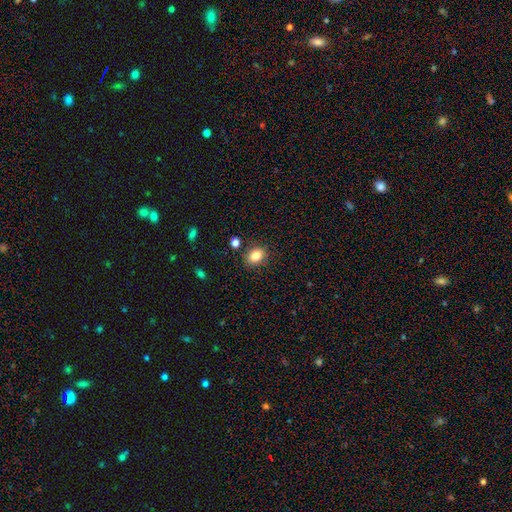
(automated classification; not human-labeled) A smooth galaxy with no disk features (83%) that is in between round and cigar-shaped (58%).

Vote fractions:
- Smooth or featured? smooth: 83% / star or artifact: 10% / featured or disk: 7%
- How rounded? in between: 58% / round: 41% / cigar-shaped: 1%
- Merging? none: 84% / minor disturbance: 10% / merger: 3% / major disturbance: 3%